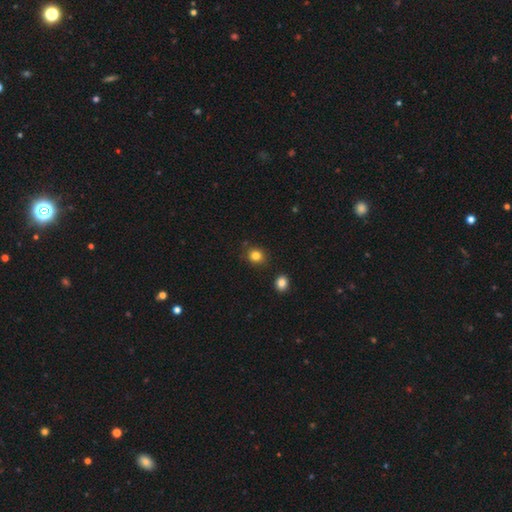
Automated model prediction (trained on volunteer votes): Morphology: type=smooth (83%); roundness=round (80%); merging=none (85%).